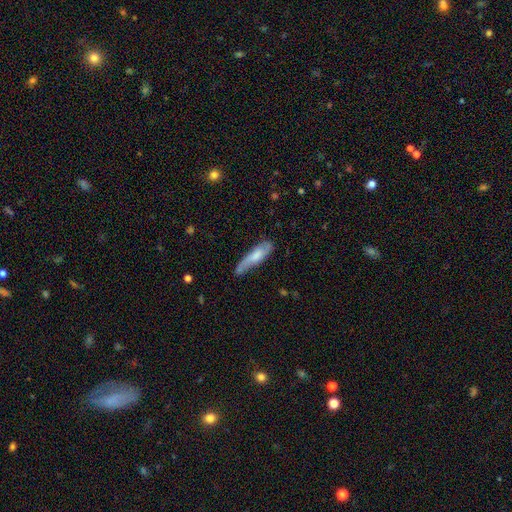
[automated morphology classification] type=smooth (59%); roundness=cigar-shaped (70%); merging=none (51%).